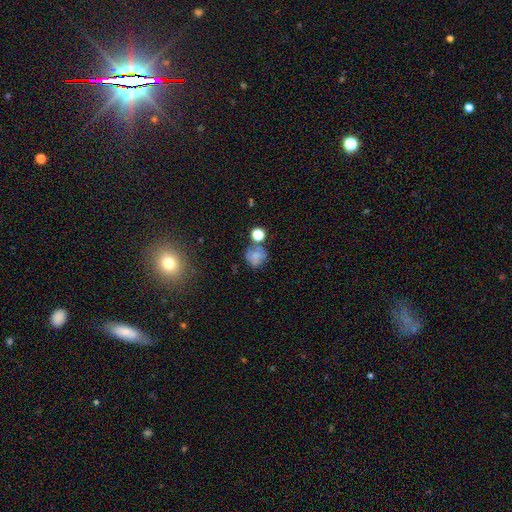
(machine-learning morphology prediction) Smooth or featured?
  - smooth: 59% *
  - featured or disk: 23%
  - star or artifact: 17%
How rounded?
  - round: 73% *
  - in between: 26%
  - cigar-shaped: 1%
Merging?
  - none: 48% *
  - minor disturbance: 20%
  - merger: 19%
  - major disturbance: 13%